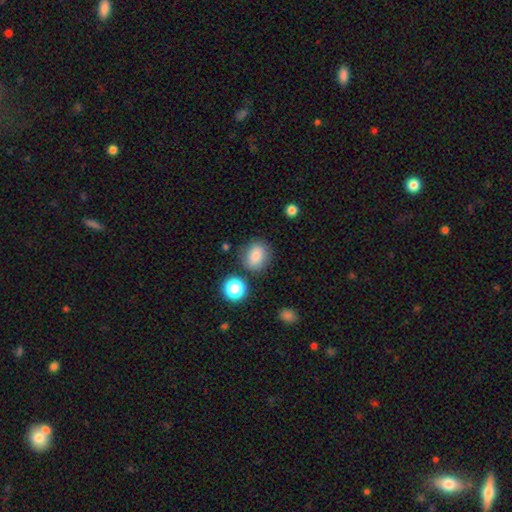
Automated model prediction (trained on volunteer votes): smooth_or_featured: smooth (p=0.81) [alt: star or artifact p=0.11]
how_rounded: round (p=0.55) [alt: in between p=0.43]
merging: none (p=0.76) [alt: minor disturbance p=0.15]